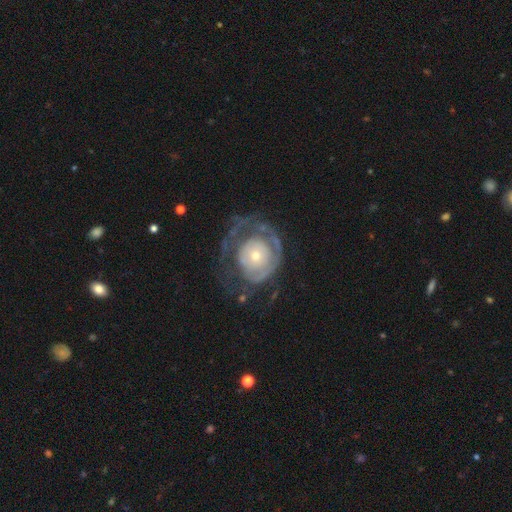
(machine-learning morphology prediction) smooth-or-featured: featured or disk: 71% | smooth: 23% | star or artifact: 6%
  disk-edge-on: no: 96% | yes: 4%
    bar: no: 86% | weak: 11% | strong: 3%
    has-spiral-arms: yes: 61% | no: 39%
    bulge-size: small: 56% | moderate: 37% | large: 4% | none: 1% | dominant: 1%
  merging: none: 42% | major disturbance: 37% | minor disturbance: 19% | merger: 2%